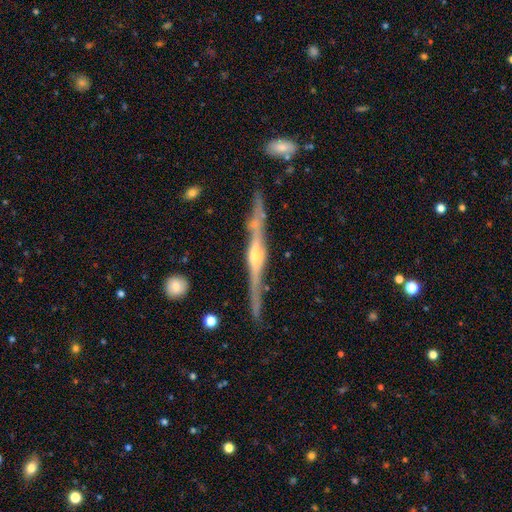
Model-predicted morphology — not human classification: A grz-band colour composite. It shows a featured or disk galaxy (85%) viewed edge-on (97%) with a rounded central bulge (85%). Merging: none (75%).